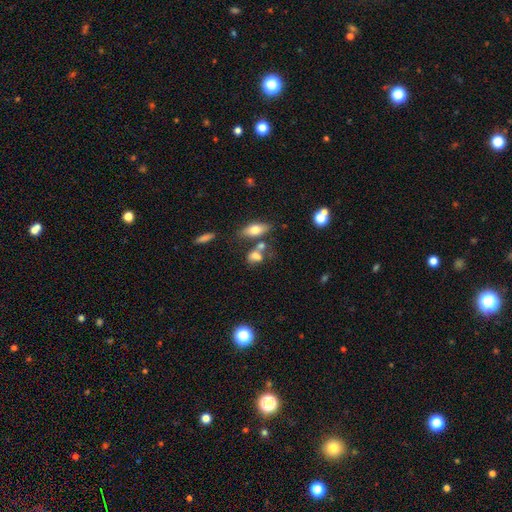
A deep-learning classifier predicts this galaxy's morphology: Overall: smooth (72%). How rounded: in between (67%; round 28%). Merging: none (42%; merger 35%).